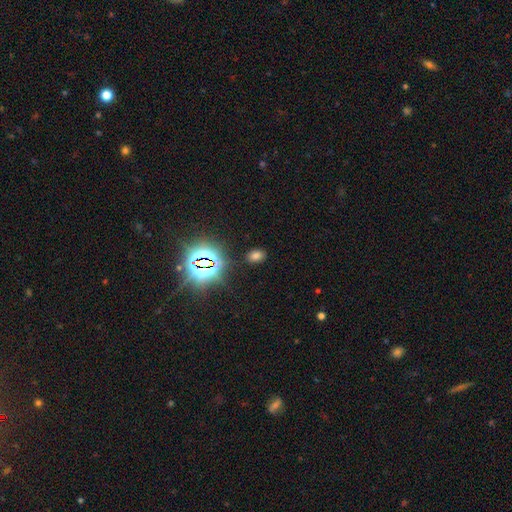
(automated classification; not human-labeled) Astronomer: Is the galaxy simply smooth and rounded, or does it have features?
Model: smooth — 63%.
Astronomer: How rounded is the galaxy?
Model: in between — 77%.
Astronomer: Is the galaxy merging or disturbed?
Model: none — 85%.